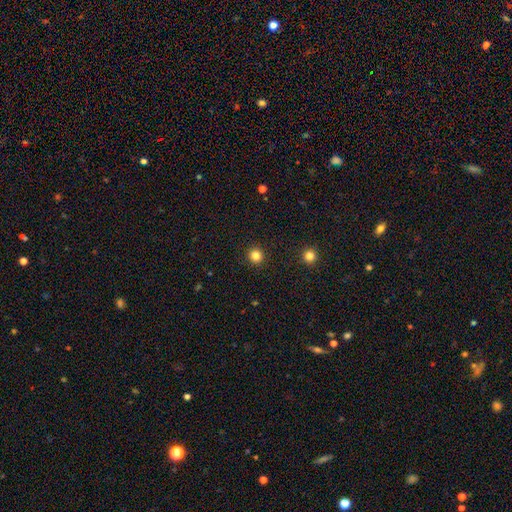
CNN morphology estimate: The model was most divided on "smooth or featured": smooth: 82%, star or artifact: 14%, featured or disk: 5%. More confident: how rounded — round (94%); merging — none (93%).